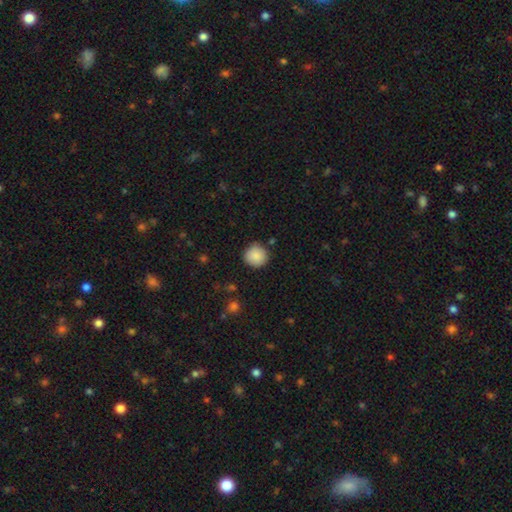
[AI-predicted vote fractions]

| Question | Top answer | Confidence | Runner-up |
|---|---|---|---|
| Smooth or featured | smooth | 89% | star or artifact (8%) |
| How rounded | round | 95% | in between (4%) |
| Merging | none | 87% | minor disturbance (9%) |